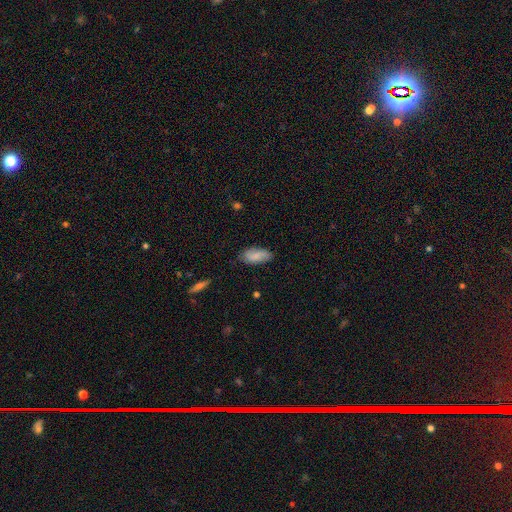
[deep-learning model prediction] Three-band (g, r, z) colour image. It shows a smooth galaxy with no disk features (76%) that is in between round and cigar-shaped (88%). Merging: none (76%).